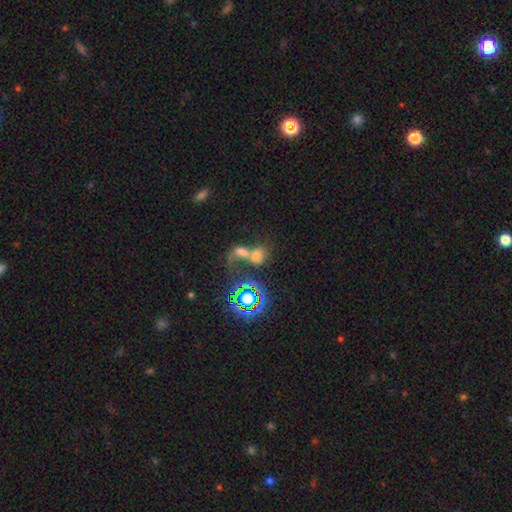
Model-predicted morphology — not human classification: The model was most divided on "smooth or featured": smooth: 54%, star or artifact: 24%, featured or disk: 23%. More confident: merging — merger (71%); how rounded — in between (66%).